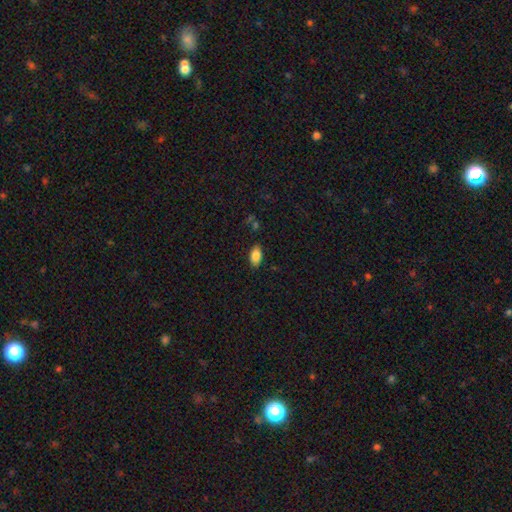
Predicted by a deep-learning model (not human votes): This is clearly a smooth galaxy (86%). How rounded: clearly in between (93%). Merging: clearly none (85%).